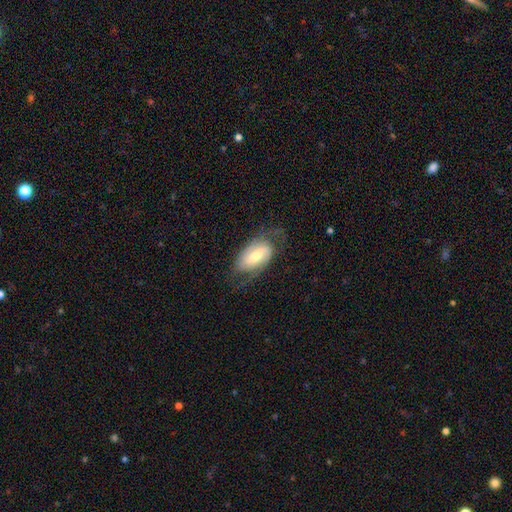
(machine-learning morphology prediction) The model was most divided on "spiral winding": medium: 43%, tight: 31%, loose: 25%. Remaining: edge-on disk — no (94%); spiral arms — yes (88%); spiral arm count — 2 (75%); smooth or featured — featured or disk (68%); merging — none (63%); bulge size — moderate (61%); bar — weak (48%).